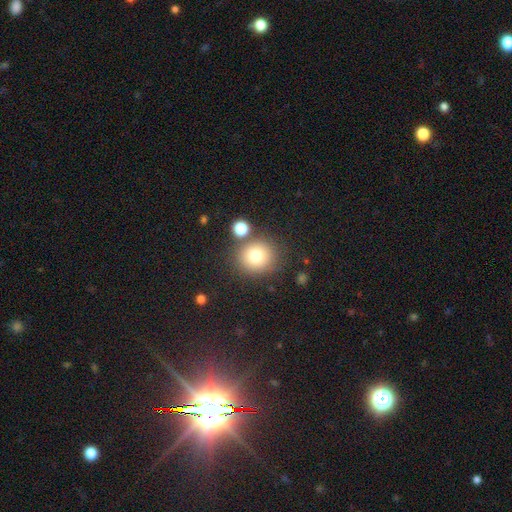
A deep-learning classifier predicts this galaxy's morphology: smooth_or_featured: smooth (p=0.77) [alt: star or artifact p=0.13]
how_rounded: round (p=0.87) [alt: in between p=0.12]
merging: none (p=0.76) [alt: merger p=0.11]